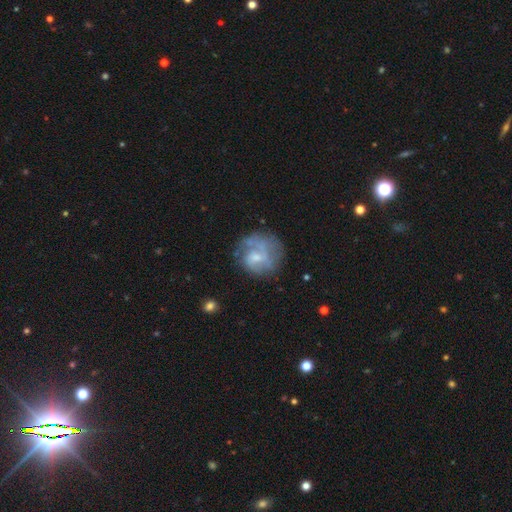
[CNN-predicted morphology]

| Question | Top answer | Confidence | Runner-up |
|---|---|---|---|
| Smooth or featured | featured or disk | 60% | smooth (32%) |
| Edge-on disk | no | 98% | yes (2%) |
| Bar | no | 54% | weak (39%) |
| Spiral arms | yes | 63% | no (37%) |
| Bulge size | small | 49% | moderate (32%) |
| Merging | none | 55% | minor disturbance (22%) |